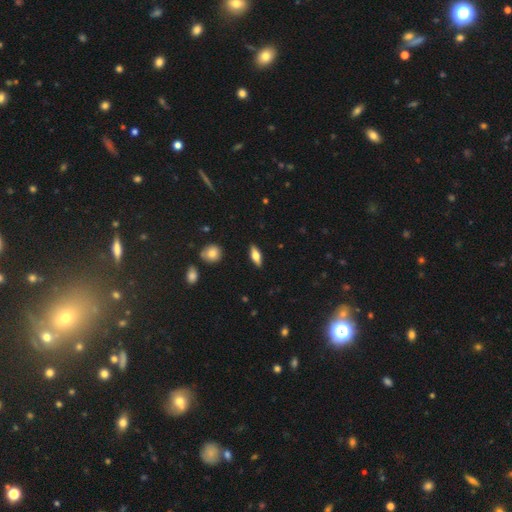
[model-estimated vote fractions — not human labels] Smooth or featured? smooth (57%)
How rounded? in between (67%)
Merging? none (89%)